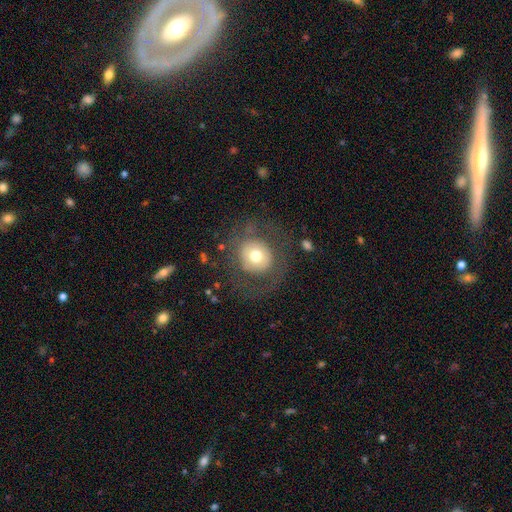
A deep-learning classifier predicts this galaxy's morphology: A smooth galaxy with no disk features (61%) that is round (89%).

Vote fractions:
- Smooth or featured? smooth: 61% / featured or disk: 30% / star or artifact: 10%
- How rounded? round: 89% / in between: 10% / cigar-shaped: 1%
- Merging? none: 67% / major disturbance: 18% / minor disturbance: 14% / merger: 2%